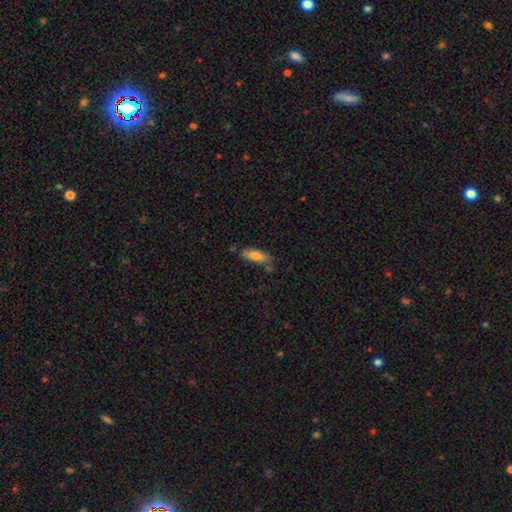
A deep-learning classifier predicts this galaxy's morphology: smooth 78%, featured or disk 15%, star or artifact 7%. Down the decision tree: how rounded — in between (60%); merging — none (58%).